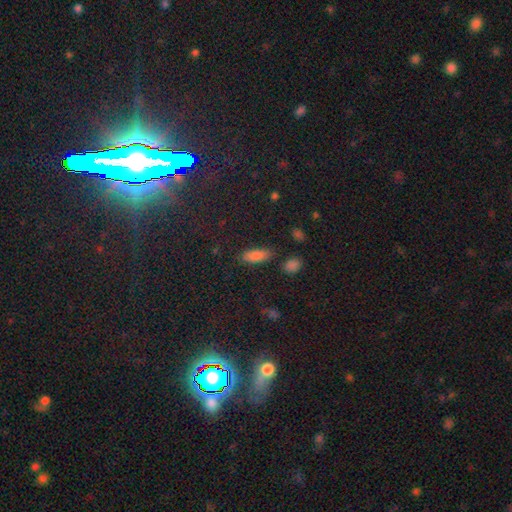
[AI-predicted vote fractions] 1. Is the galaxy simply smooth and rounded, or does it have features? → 78% smooth, 14% star or artifact, 8% featured or disk.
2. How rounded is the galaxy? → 72% in between, 24% cigar-shaped, 4% round.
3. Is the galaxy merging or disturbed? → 81% none, 13% minor disturbance, 4% major disturbance, 3% merger.